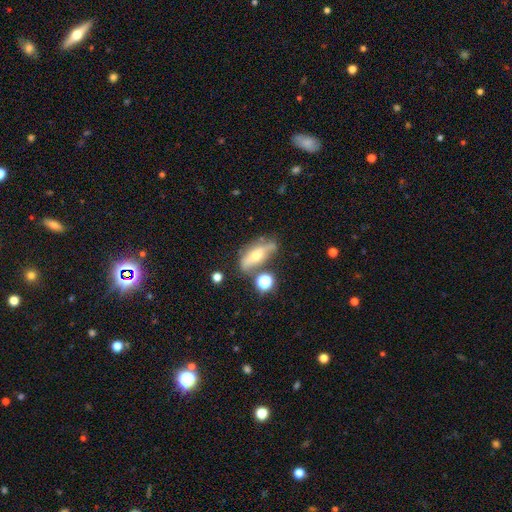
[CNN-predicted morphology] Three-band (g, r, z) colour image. It shows a featured or disk galaxy (51%). Merging: none (51%).